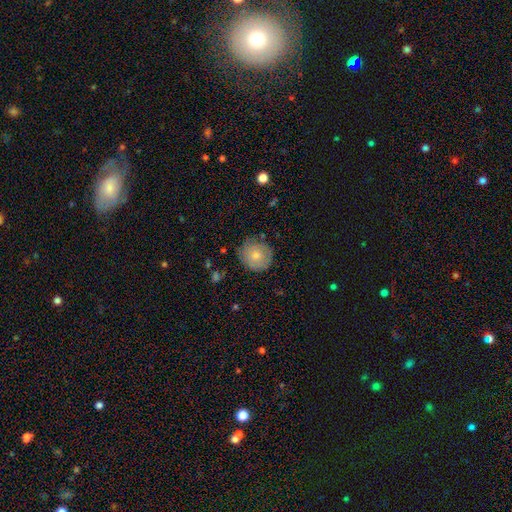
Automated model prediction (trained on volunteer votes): Smooth or featured? Predicted: smooth (p=0.73). How rounded? Predicted: round (p=0.90). Merging? Predicted: none (p=0.78).